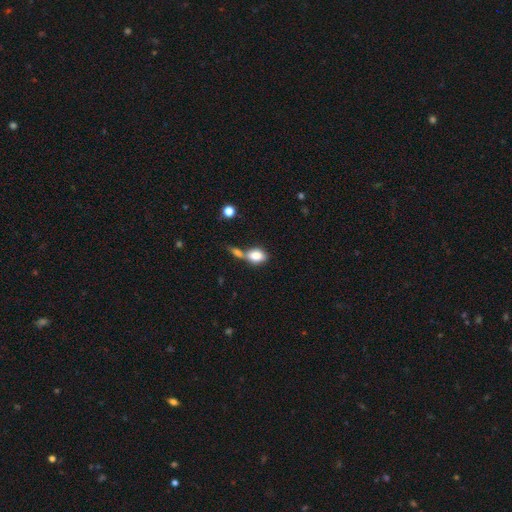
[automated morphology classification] smooth 82%, featured or disk 10%, star or artifact 8%. Down the decision tree: how rounded — in between (78%); merging — merger (50%).